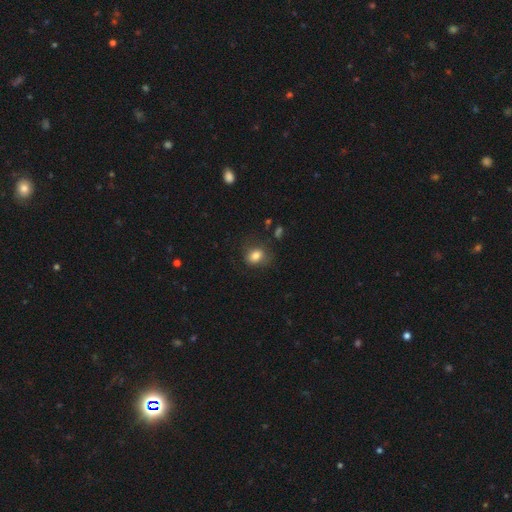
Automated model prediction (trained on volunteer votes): The model was most divided on "how rounded": in between: 60%, round: 39%, cigar-shaped: 1%. More confident: smooth or featured — smooth (80%); merging — none (71%).